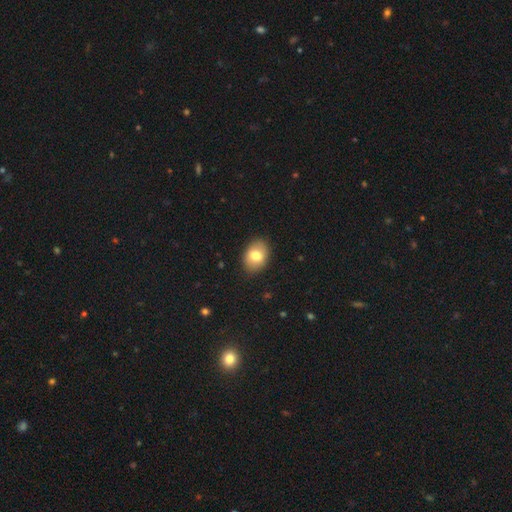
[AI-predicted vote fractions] Smooth or featured? Predicted: smooth (p=0.76). How rounded? Predicted: in between (p=0.74). Merging? Predicted: none (p=0.87).